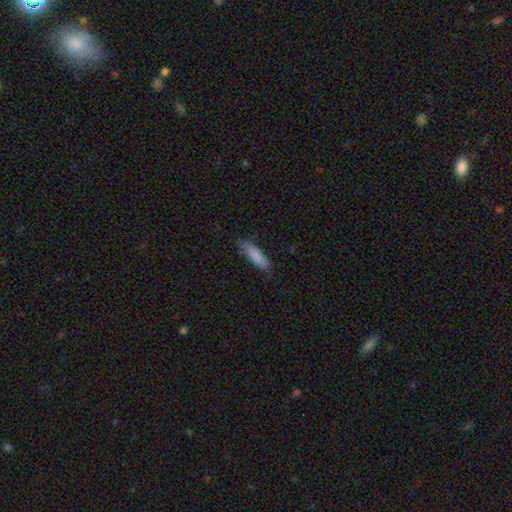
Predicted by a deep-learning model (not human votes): smooth 85%, featured or disk 9%, star or artifact 6%. Down the decision tree: how rounded — cigar-shaped (60%); merging — none (72%).